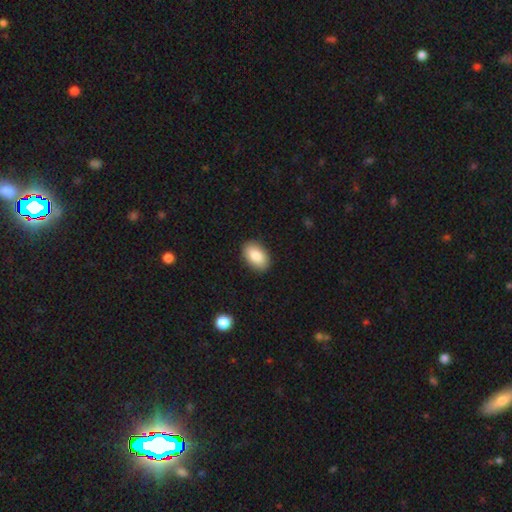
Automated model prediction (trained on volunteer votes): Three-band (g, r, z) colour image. It shows a smooth galaxy with no disk features (86%) that is in between round and cigar-shaped (92%). Merging: none (89%).